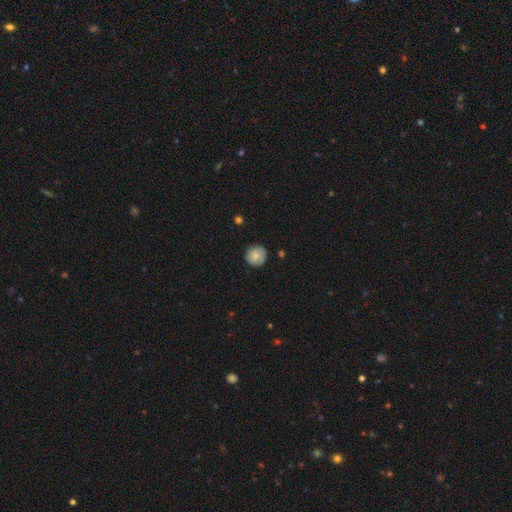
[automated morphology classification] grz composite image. It shows a smooth galaxy with no disk features (74%) that is round (93%). Merging: none (83%).